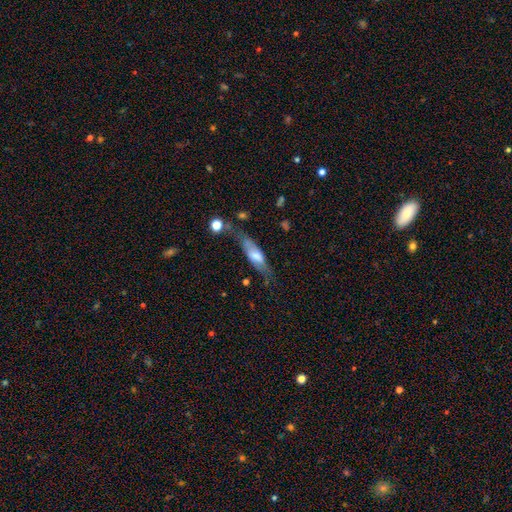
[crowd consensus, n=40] Smooth or featured? 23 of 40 (57%) said featured or disk. Edge-on disk? 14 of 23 (61%) said yes. Edge-on bulge? 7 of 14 (50%) said rounded. Merging? 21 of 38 (55%) said none.